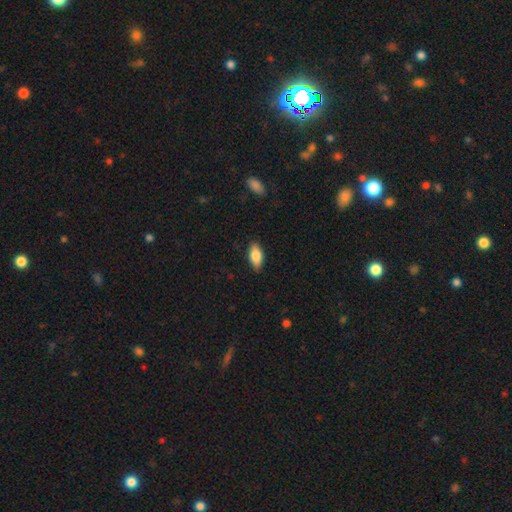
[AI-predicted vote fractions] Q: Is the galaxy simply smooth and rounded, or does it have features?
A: smooth — 80%.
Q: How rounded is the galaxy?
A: in between — 88%.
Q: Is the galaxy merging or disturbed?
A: none — 86%.